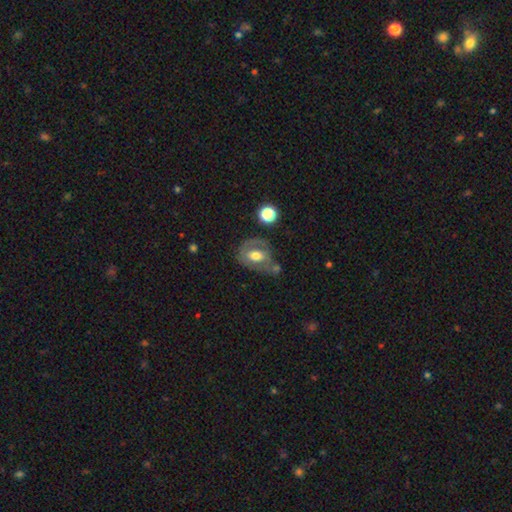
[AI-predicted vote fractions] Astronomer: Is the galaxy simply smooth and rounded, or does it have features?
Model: featured or disk — 52% (runner-up: smooth, 40%).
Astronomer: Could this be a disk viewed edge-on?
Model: no — 94%.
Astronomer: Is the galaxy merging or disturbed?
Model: none — 42% (runner-up: minor disturbance, 26%).